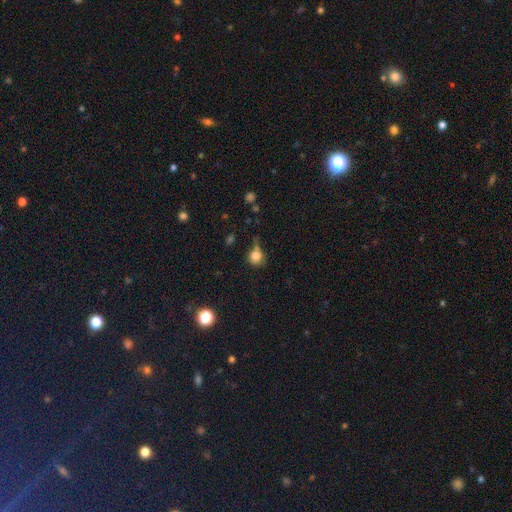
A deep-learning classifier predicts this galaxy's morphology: A smooth galaxy with no disk features (79%) that is round (78%).

Vote fractions:
- Smooth or featured? smooth: 79% / star or artifact: 12% / featured or disk: 9%
- How rounded? round: 78% / in between: 20% / cigar-shaped: 1%
- Merging? none: 46% / minor disturbance: 28% / major disturbance: 15% / merger: 11%